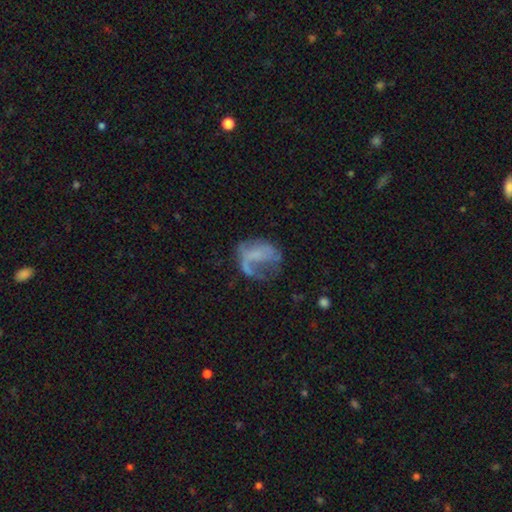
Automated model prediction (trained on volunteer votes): Smooth or featured? Predicted: featured or disk (p=0.53). Edge-on disk? Predicted: no (p=0.97). Bar? Predicted: no (p=0.70). Spiral arms? Predicted: no (p=0.57). Bulge size? Predicted: none (p=0.68). Merging? Predicted: major disturbance (p=0.47).